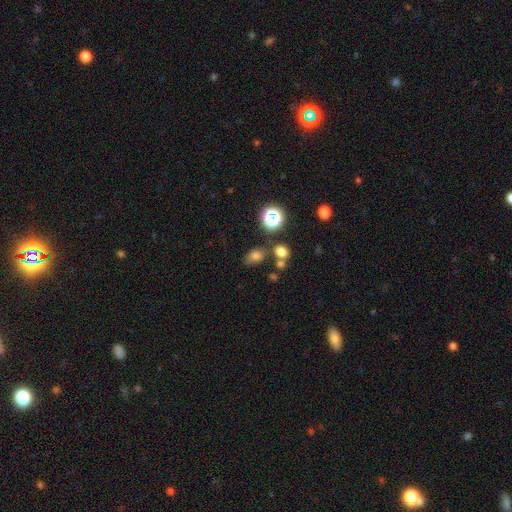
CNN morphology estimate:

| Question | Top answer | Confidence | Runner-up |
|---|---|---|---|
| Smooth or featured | smooth | 70% | star or artifact (21%) |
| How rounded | in between | 68% | round (30%) |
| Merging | none | 64% | minor disturbance (15%) |